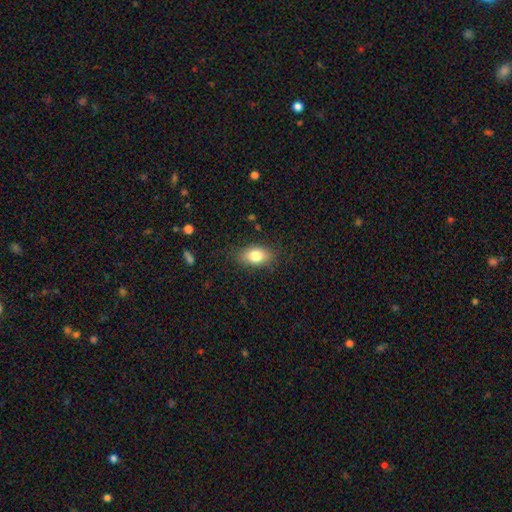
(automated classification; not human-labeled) Smooth or featured? smooth (81%)
How rounded? in between (87%)
Merging? none (83%)